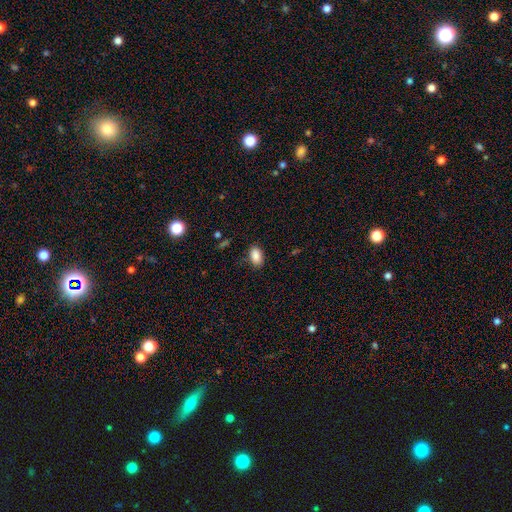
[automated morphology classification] A smooth galaxy with no disk features (88%) that is in between round and cigar-shaped (90%).

Vote fractions:
- Smooth or featured? smooth: 88% / star or artifact: 8% / featured or disk: 4%
- How rounded? in between: 90% / round: 8% / cigar-shaped: 1%
- Merging? none: 84% / minor disturbance: 12% / major disturbance: 3% / merger: 1%